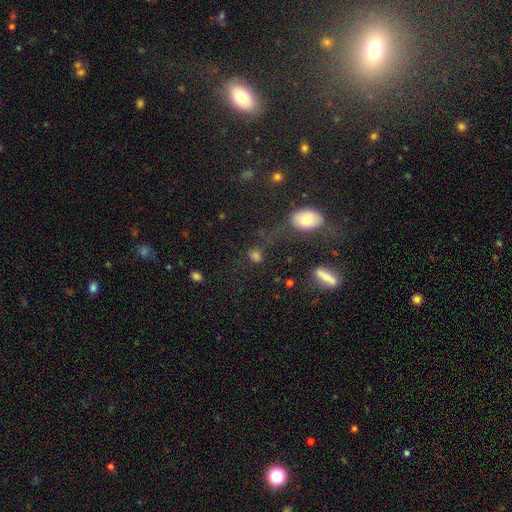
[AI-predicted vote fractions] Q: Smooth or featured?
A: smooth (70%); runner-up: star or artifact (20%)
Q: How rounded?
A: round (53%); runner-up: in between (41%)
Q: Merging?
A: none (60%); runner-up: minor disturbance (16%)